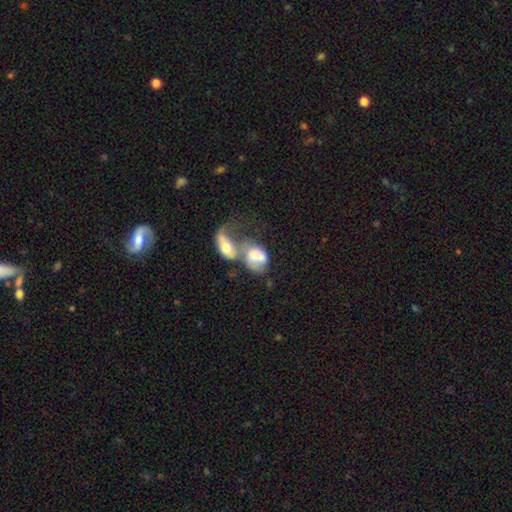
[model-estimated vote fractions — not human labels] The model was most divided on "smooth or featured": smooth: 56%, featured or disk: 36%, star or artifact: 8%. More confident: how rounded — in between (79%); merging — merger (74%).